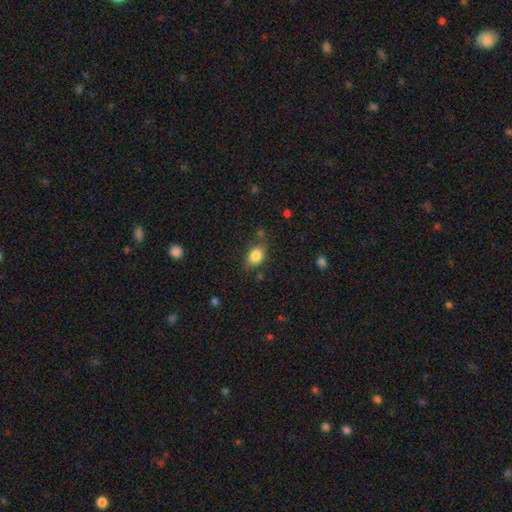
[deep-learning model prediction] Smooth or featured? Predicted: smooth (p=0.84). How rounded? Predicted: in between (p=0.76). Merging? Predicted: none (p=0.71).